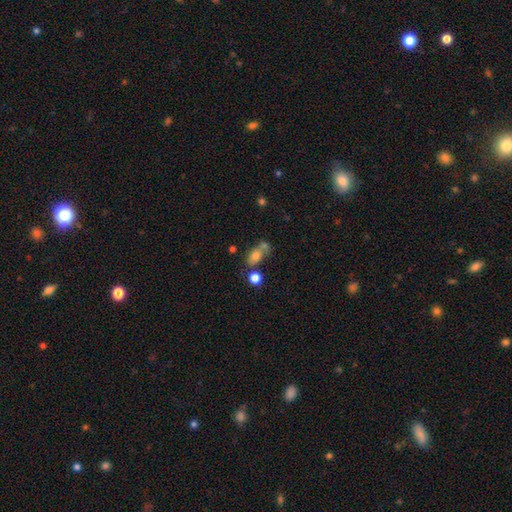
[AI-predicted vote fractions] Smooth or featured?
  - smooth: 74% *
  - featured or disk: 14%
  - star or artifact: 12%
How rounded?
  - in between: 69% *
  - round: 27%
  - cigar-shaped: 4%
Merging?
  - none: 42% *
  - merger: 36%
  - minor disturbance: 15%
  - major disturbance: 8%